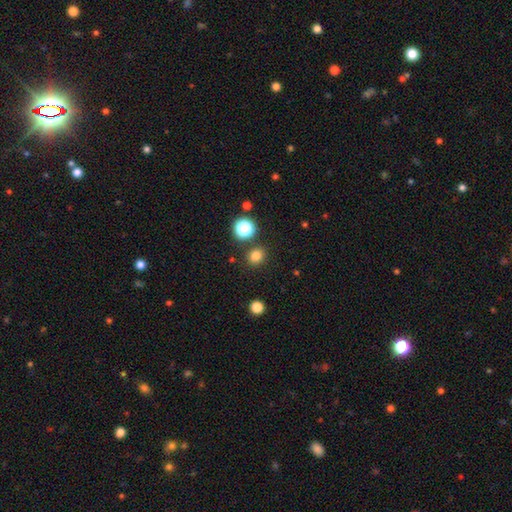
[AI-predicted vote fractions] A smooth galaxy with no disk features (79%) that is round (81%). Merging: none (86%).